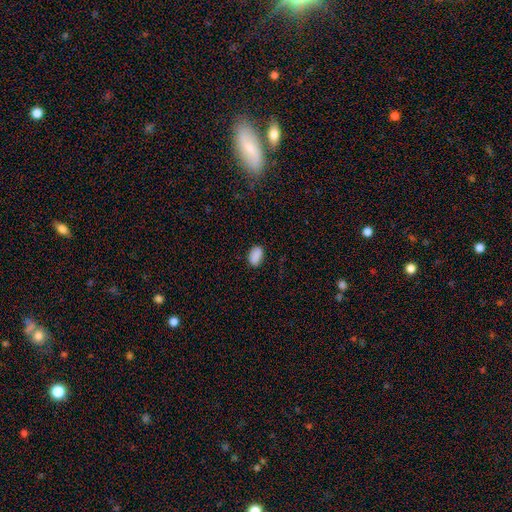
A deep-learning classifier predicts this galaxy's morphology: This is clearly a smooth galaxy (88%). How rounded: clearly in between (90%). Merging: clearly none (83%).